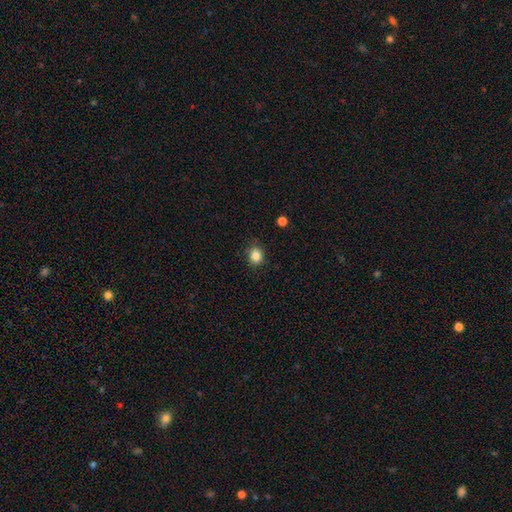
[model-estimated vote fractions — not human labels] smooth 85%, star or artifact 11%, featured or disk 5%. Down the decision tree: how rounded — round (67%); merging — none (84%).